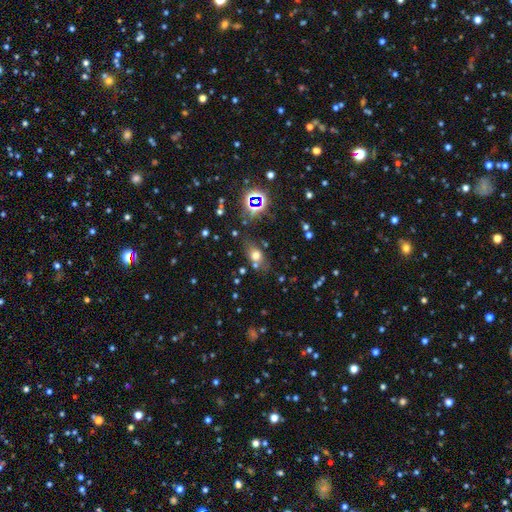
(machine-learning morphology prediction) This appears to be a smooth galaxy with no disk features (62%) that is in between round and cigar-shaped (56%). Merging: none (65%).